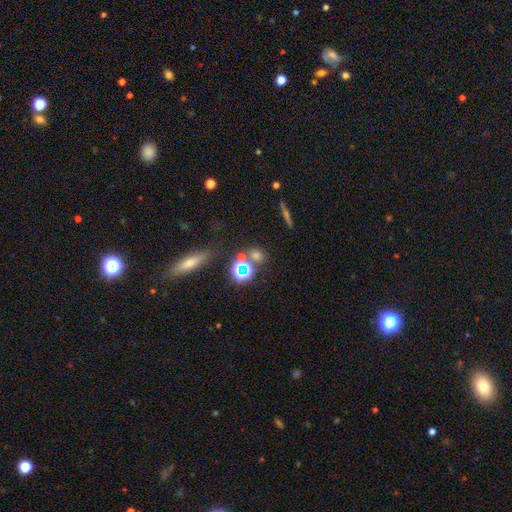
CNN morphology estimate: smooth 49%, star or artifact 38%, featured or disk 13%. Down the decision tree: merging — none (73%).